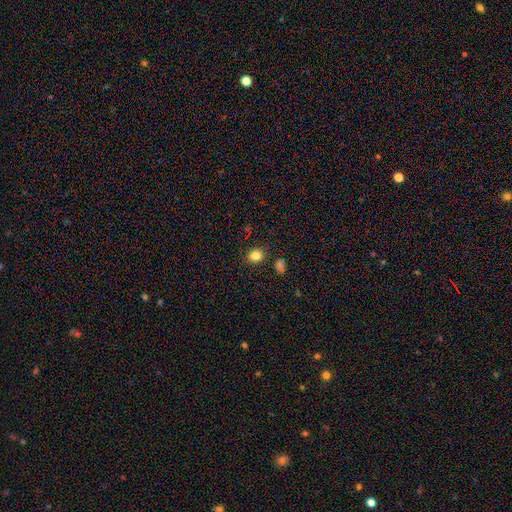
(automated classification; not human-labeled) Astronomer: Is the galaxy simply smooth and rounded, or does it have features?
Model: smooth — 83%.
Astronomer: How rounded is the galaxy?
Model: round — 66%.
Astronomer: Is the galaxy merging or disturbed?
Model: none — 86%.